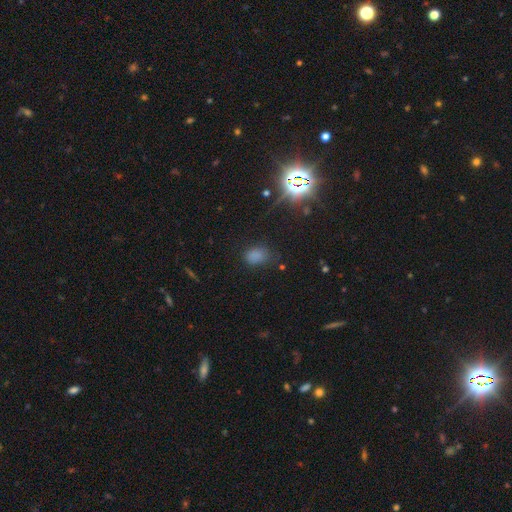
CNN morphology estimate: smooth_or_featured: smooth (p=0.73) [alt: star or artifact p=0.21]
how_rounded: in between (p=0.74) [alt: round p=0.24]
merging: none (p=0.69) [alt: minor disturbance p=0.21]